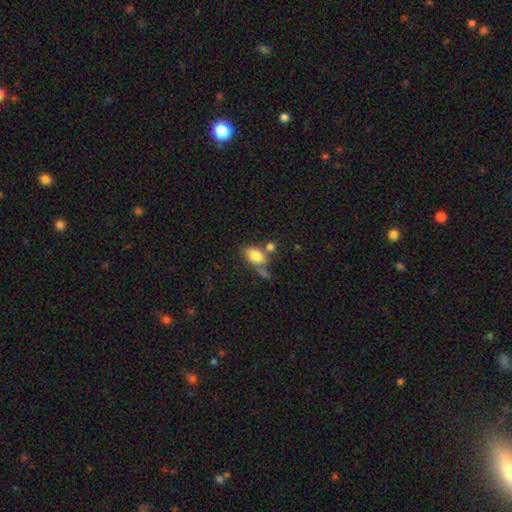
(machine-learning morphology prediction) Smooth or featured? Predicted: smooth (p=0.81). How rounded? Predicted: in between (p=0.87). Merging? Predicted: none (p=0.43).